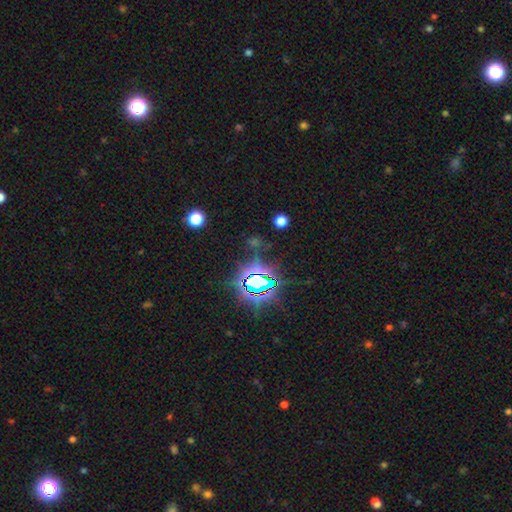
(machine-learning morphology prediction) Smooth or featured?
  - star or artifact: 81% *
  - smooth: 11%
  - featured or disk: 7%